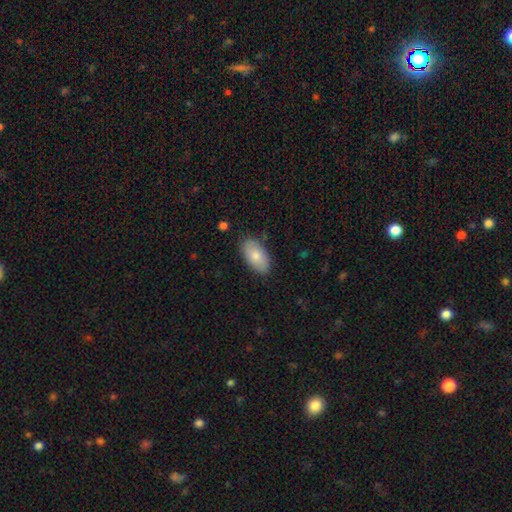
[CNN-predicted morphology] Smooth or featured?
  - smooth: 78% *
  - featured or disk: 16%
  - star or artifact: 6%
How rounded?
  - in between: 95% *
  - round: 3%
  - cigar-shaped: 2%
Merging?
  - none: 83% *
  - minor disturbance: 13%
  - major disturbance: 3%
  - merger: 1%